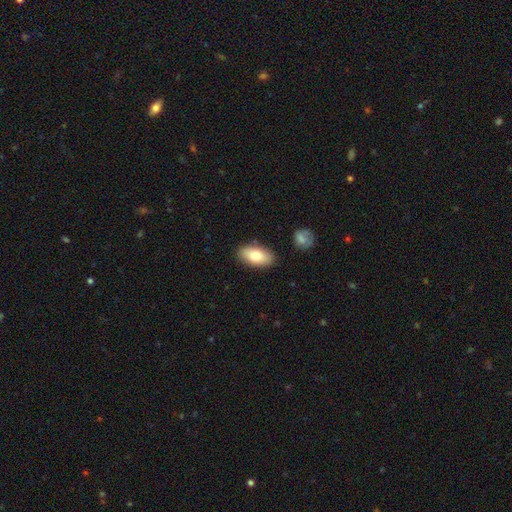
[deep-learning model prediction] Morphology: type=smooth (80%); roundness=in between (92%); merging=none (85%).